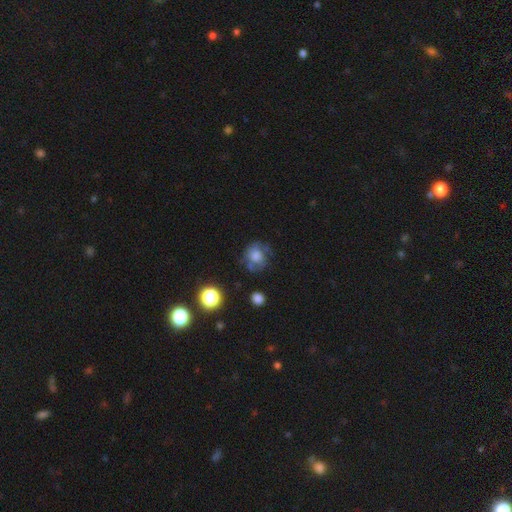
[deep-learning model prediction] A smooth galaxy with no disk features (62%) that is round (74%).

Vote fractions:
- Smooth or featured? smooth: 62% / featured or disk: 26% / star or artifact: 12%
- How rounded? round: 74% / in between: 26% / cigar-shaped: 1%
- Merging? none: 57% / minor disturbance: 24% / major disturbance: 14% / merger: 5%